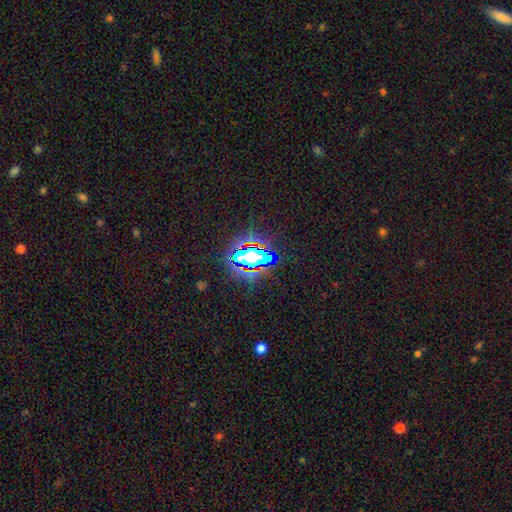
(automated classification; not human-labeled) The model was most divided on "smooth or featured": star or artifact: 59%, smooth: 26%, featured or disk: 14%.